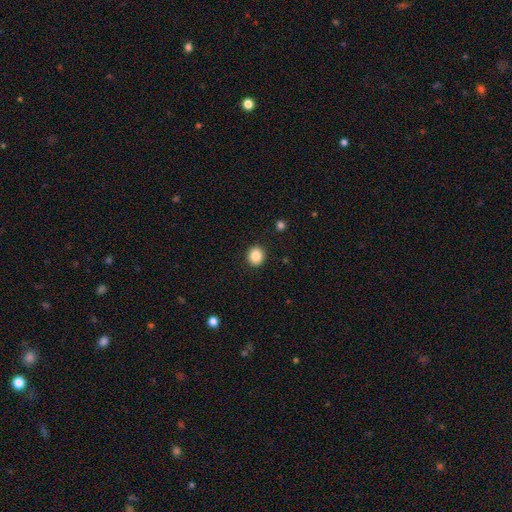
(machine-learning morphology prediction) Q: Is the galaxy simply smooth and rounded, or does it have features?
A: smooth — 87%.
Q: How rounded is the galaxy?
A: round — 83%.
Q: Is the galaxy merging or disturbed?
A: none — 92%.